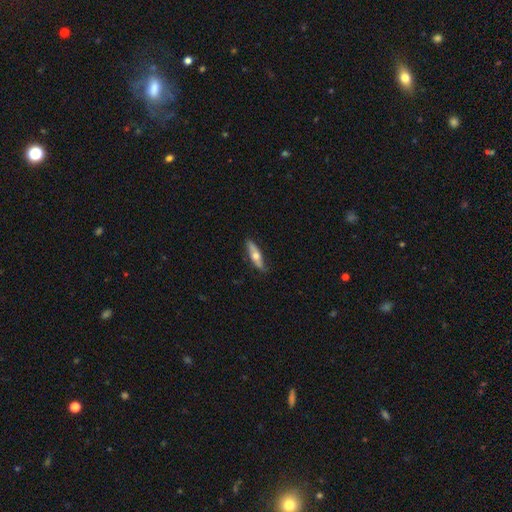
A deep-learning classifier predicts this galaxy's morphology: type=smooth (51%); roundness=cigar-shaped (63%); merging=none (82%).